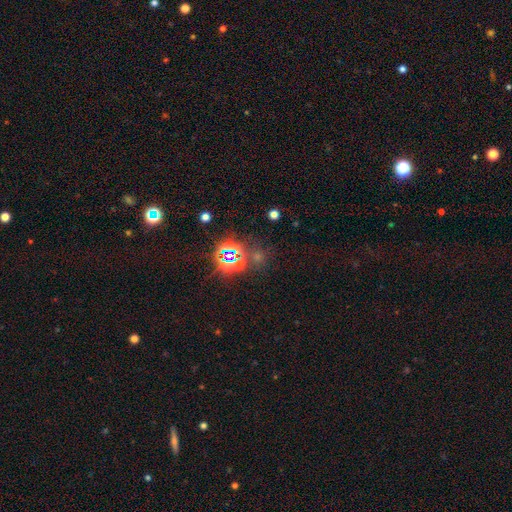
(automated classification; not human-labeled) Smooth or featured? Predicted: star or artifact (p=0.71).